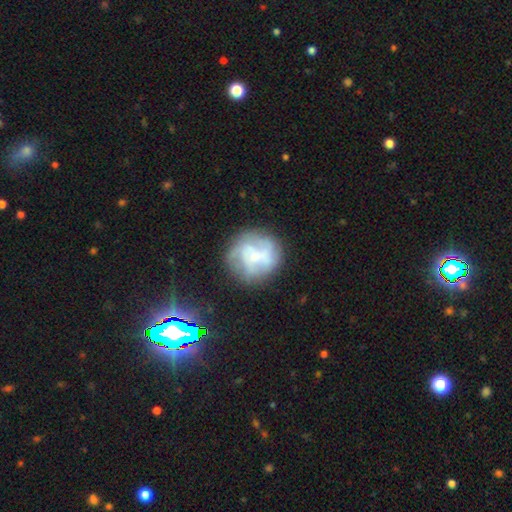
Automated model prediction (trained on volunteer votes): Smooth or featured: featured or disk — 57% (smooth — 33%)
Edge-on disk: no — 97% (yes — 3%)
Bar: no — 66% (weak — 27%)
Spiral arms: yes — 60% (no — 40%)
Bulge size: small — 54% (moderate — 27%)
Merging: none — 65% (minor disturbance — 19%)